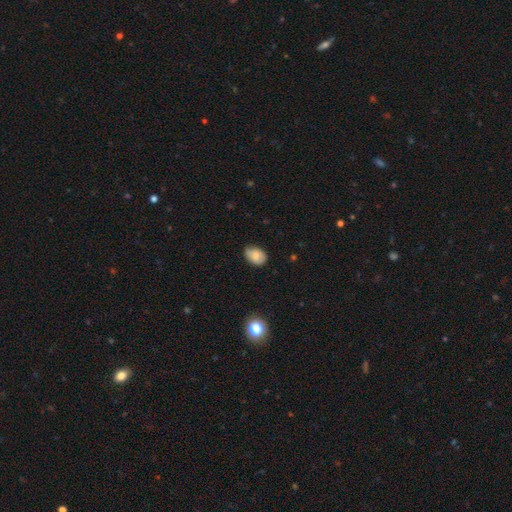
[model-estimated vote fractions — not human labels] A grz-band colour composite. It shows a smooth galaxy with no disk features (80%) that is in between round and cigar-shaped (77%). Merging: none (70%).